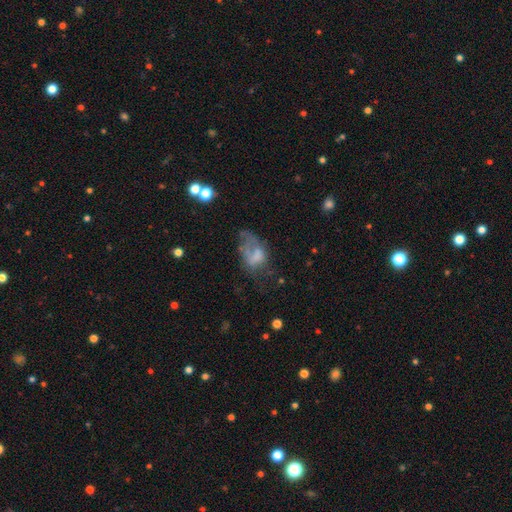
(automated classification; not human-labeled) Smooth or featured: smooth — 49% (featured or disk — 38%)
Merging: major disturbance — 47% (minor disturbance — 22%)